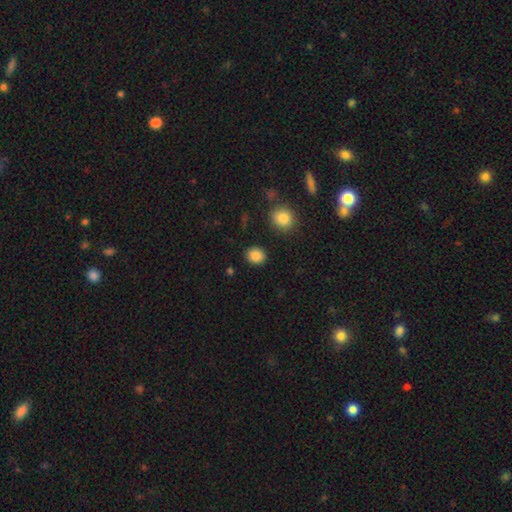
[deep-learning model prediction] Smooth or featured: smooth — 87% (star or artifact — 10%)
How rounded: round — 77% (in between — 22%)
Merging: none — 89% (minor disturbance — 6%)